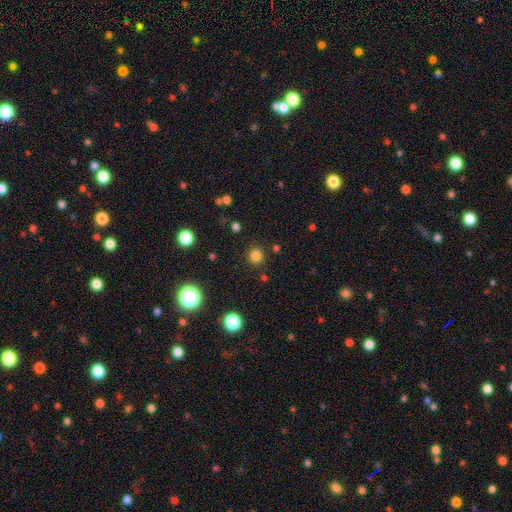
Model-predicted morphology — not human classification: The model was most divided on "smooth or featured": smooth: 80%, star or artifact: 16%, featured or disk: 4%. More confident: how rounded — round (92%); merging — none (90%).